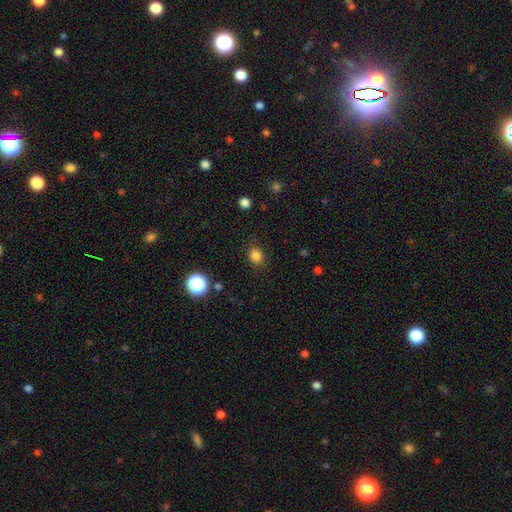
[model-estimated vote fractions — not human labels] smooth 83%, star or artifact 13%, featured or disk 4%. Down the decision tree: how rounded — round (61%); merging — none (86%).